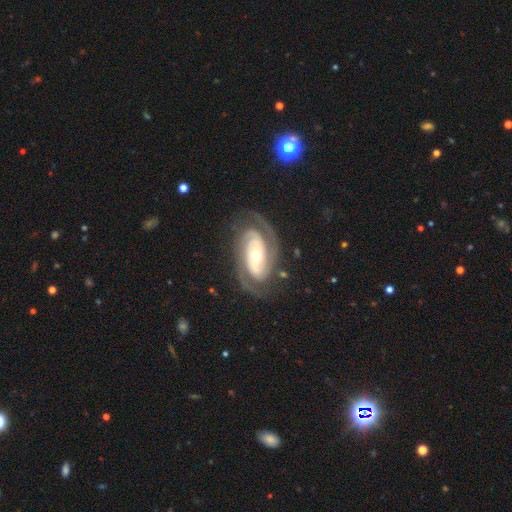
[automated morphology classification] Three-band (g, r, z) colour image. It shows a featured or disk galaxy (91%) with no bar (45%), 2 (80%) tight (65%) spiral arms (98%) and a moderate central bulge (52%). Merging: none (78%).